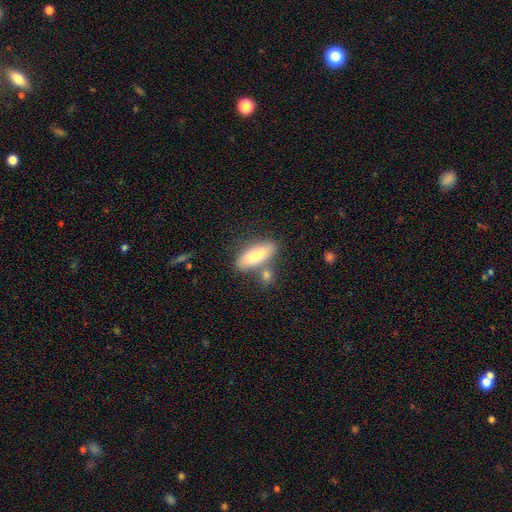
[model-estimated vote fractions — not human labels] A smooth galaxy with no disk features (79%) that is in between round and cigar-shaped (64%).

Vote fractions:
- Smooth or featured? smooth: 79% / featured or disk: 16% / star or artifact: 6%
- How rounded? in between: 64% / cigar-shaped: 33% / round: 2%
- Merging? none: 62% / merger: 20% / minor disturbance: 14% / major disturbance: 4%